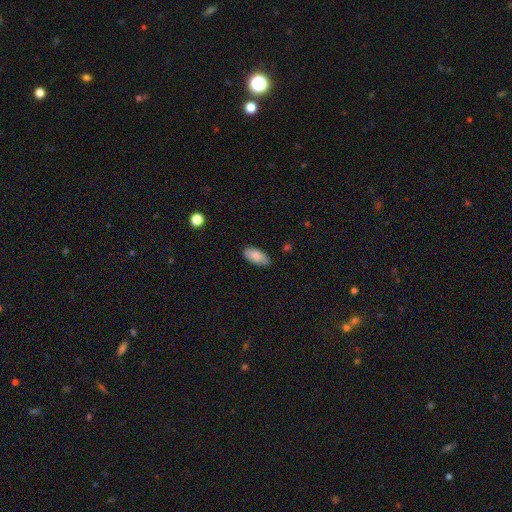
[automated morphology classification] Q: Smooth or featured?
A: smooth (85%); runner-up: featured or disk (8%)
Q: How rounded?
A: in between (91%); runner-up: cigar-shaped (6%)
Q: Merging?
A: none (72%); runner-up: minor disturbance (23%)